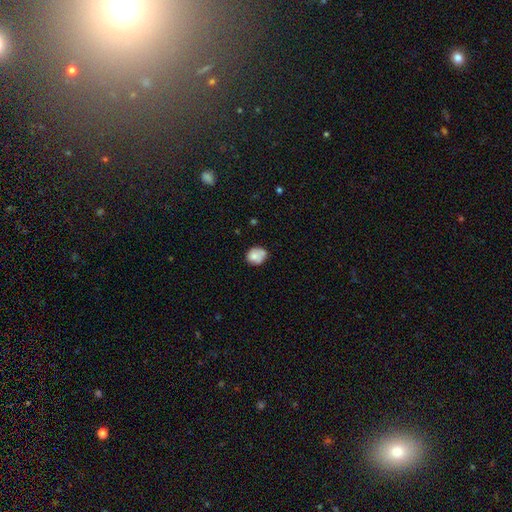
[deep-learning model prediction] Q: Smooth or featured?
A: smooth (75%); runner-up: featured or disk (16%)
Q: How rounded?
A: round (60%); runner-up: in between (39%)
Q: Merging?
A: none (51%); runner-up: minor disturbance (29%)